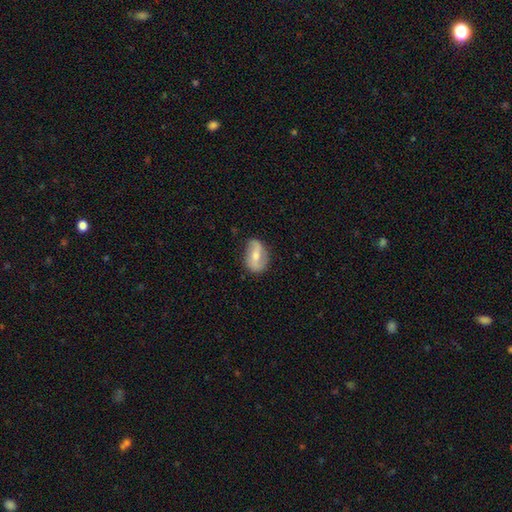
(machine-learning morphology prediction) Smooth or featured? Predicted: featured or disk (p=0.57). Edge-on disk? Predicted: no (p=0.94). Bar? Predicted: weak (p=0.38, tied with strong). Spiral arms? Predicted: yes (p=0.74). Bulge size? Predicted: moderate (p=0.58). Merging? Predicted: none (p=0.71).